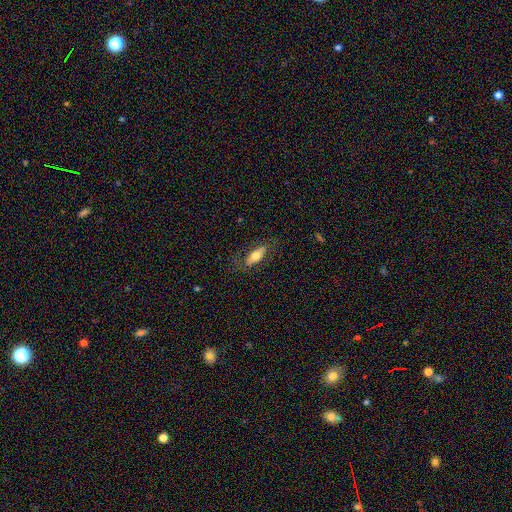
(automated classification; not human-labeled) Overall: smooth (61%; featured or disk 33%). How rounded: in between (72%). Merging: none (75%).